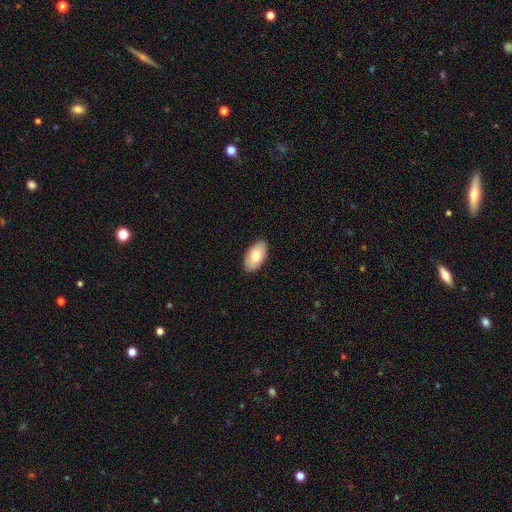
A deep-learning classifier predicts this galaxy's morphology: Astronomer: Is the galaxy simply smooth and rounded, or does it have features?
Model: smooth — 74%.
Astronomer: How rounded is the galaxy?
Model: in between — 95%.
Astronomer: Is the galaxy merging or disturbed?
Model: none — 88%.